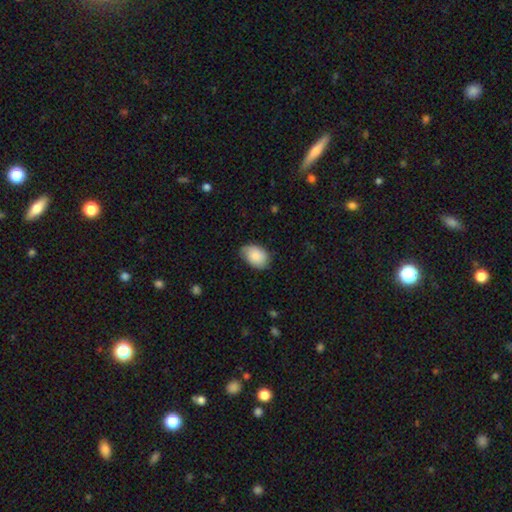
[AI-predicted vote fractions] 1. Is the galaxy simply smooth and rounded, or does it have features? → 82% smooth, 12% featured or disk, 6% star or artifact.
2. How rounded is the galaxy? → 84% in between, 15% round, 1% cigar-shaped.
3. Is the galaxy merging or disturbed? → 69% none, 25% minor disturbance, 5% major disturbance, 1% merger.